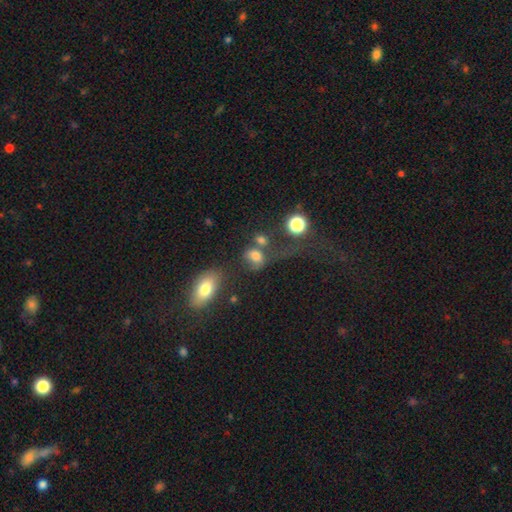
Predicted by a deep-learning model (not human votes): smooth-or-featured: smooth: 71% | star or artifact: 15% | featured or disk: 14%
  how-rounded: in between: 60% | round: 38% | cigar-shaped: 2%
  merging: none: 35% | merger: 28% | major disturbance: 19% | minor disturbance: 18%